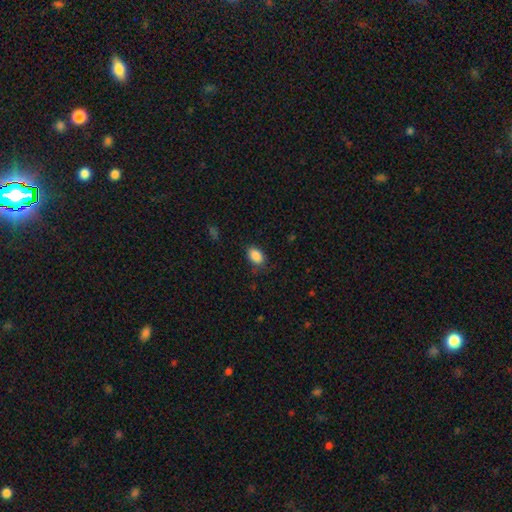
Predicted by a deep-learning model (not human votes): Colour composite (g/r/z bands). It shows a smooth galaxy with no disk features (88%) that is in between round and cigar-shaped (86%). Merging: none (78%).